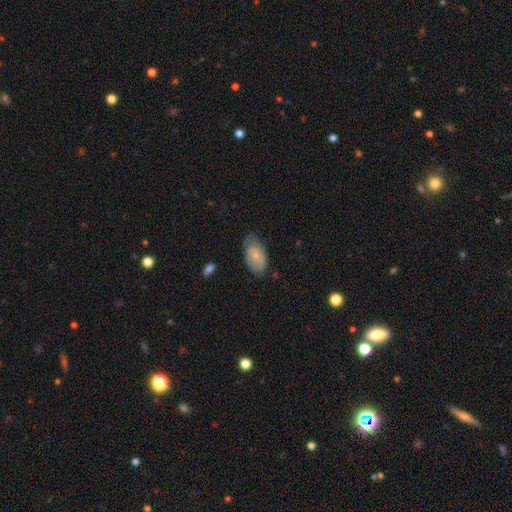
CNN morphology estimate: smooth-or-featured: smooth: 68% | featured or disk: 26% | star or artifact: 6%
  how-rounded: in between: 93% | round: 5% | cigar-shaped: 2%
  merging: none: 53% | minor disturbance: 35% | major disturbance: 10% | merger: 2%